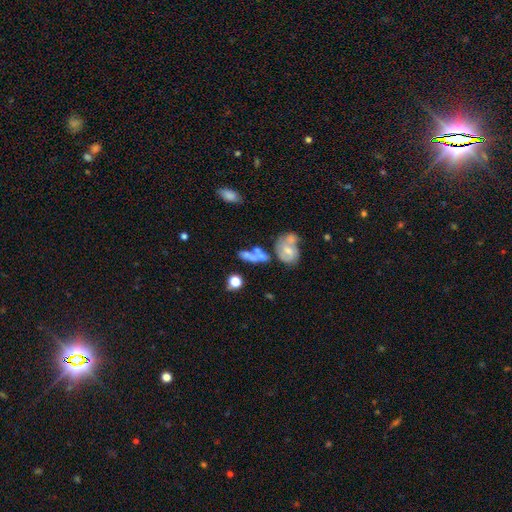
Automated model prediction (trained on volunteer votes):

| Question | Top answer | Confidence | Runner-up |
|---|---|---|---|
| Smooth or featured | smooth | 45% | featured or disk (42%) |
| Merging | merger | 50% | none (23%) |